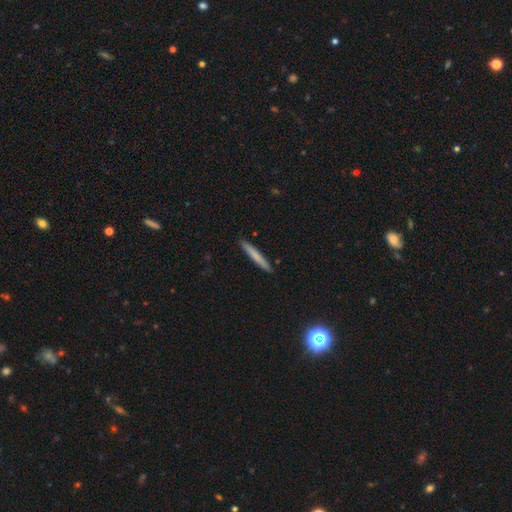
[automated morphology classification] Overall: smooth (72%). How rounded: cigar-shaped (96%). Merging: none (92%).